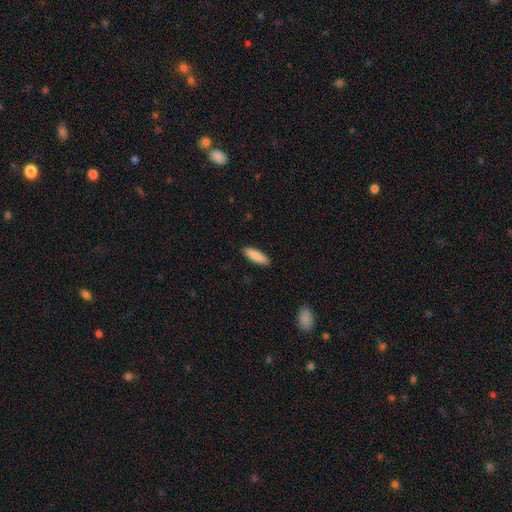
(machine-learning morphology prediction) smooth_or_featured: smooth (p=0.87) [alt: featured or disk p=0.07]
how_rounded: cigar-shaped (p=0.58) [alt: in between p=0.40]
merging: none (p=0.90) [alt: minor disturbance p=0.07]